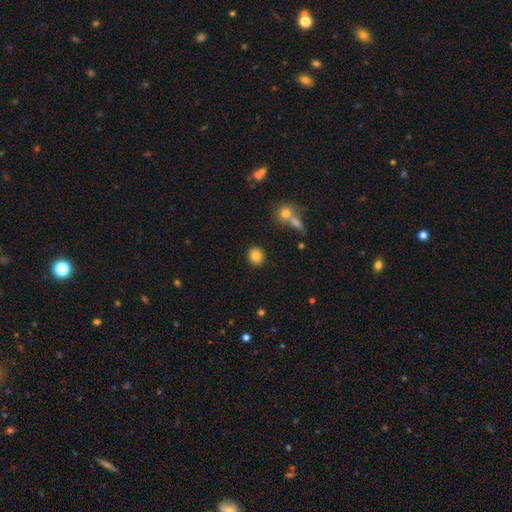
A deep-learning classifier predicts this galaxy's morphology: type=smooth (84%); roundness=round (81%); merging=none (89%).